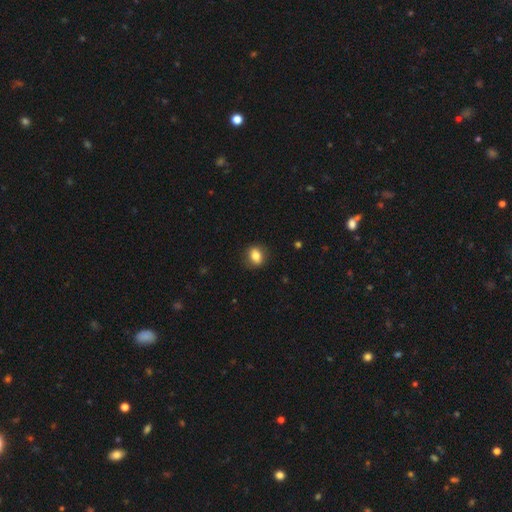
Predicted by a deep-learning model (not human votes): A smooth galaxy with no disk features (82%) that is in between round and cigar-shaped (56%). Merging: none (84%).